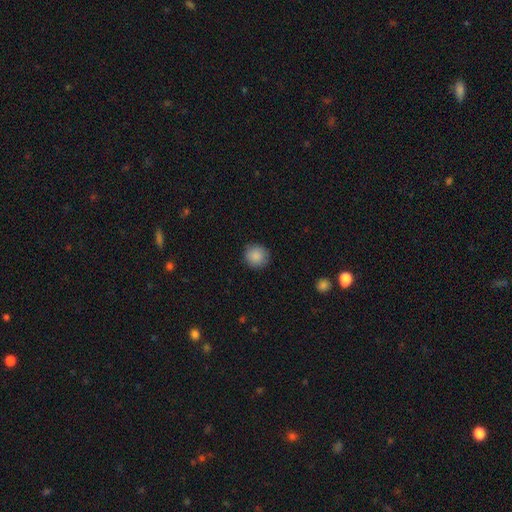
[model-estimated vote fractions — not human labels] The model was most divided on "smooth or featured": smooth: 88%, star or artifact: 8%, featured or disk: 4%. More confident: how rounded — round (91%); merging — none (90%).